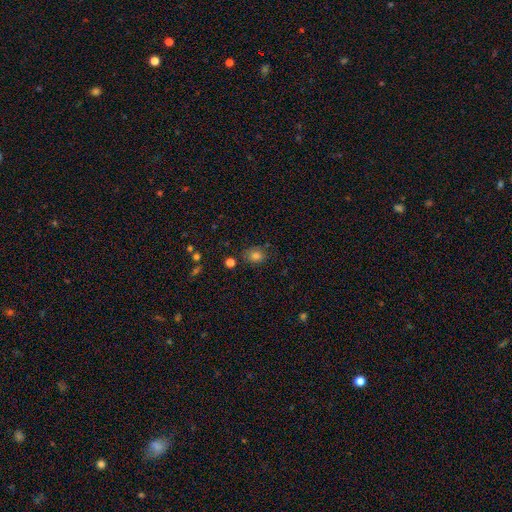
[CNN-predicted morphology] smooth_or_featured: smooth (p=0.78) [alt: star or artifact p=0.15]
how_rounded: round (p=0.55) [alt: in between p=0.44]
merging: none (p=0.76) [alt: minor disturbance p=0.16]